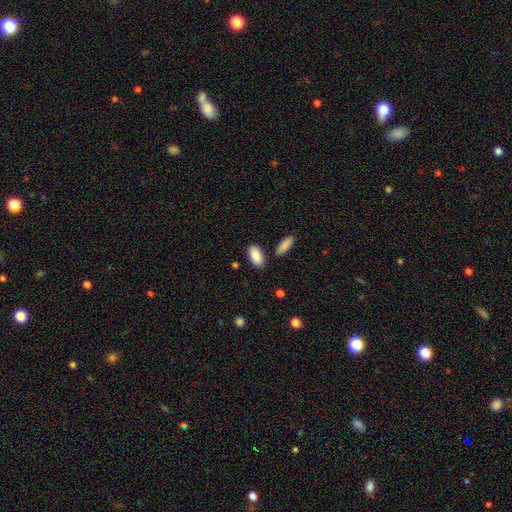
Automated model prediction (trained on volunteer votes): Smooth or featured? Predicted: smooth (p=0.89). How rounded? Predicted: in between (p=0.93). Merging? Predicted: none (p=0.82).